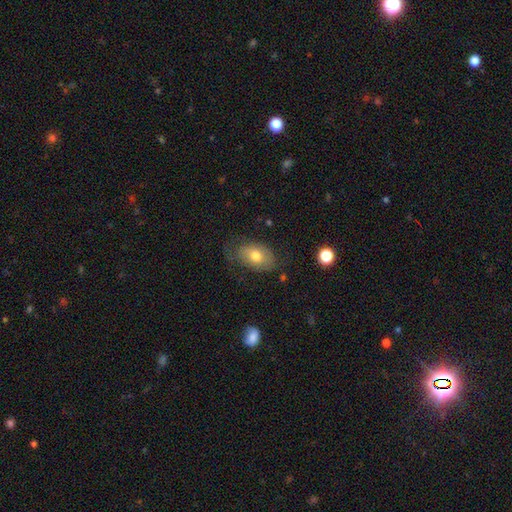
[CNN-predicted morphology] smooth 69%, featured or disk 23%, star or artifact 8%. Down the decision tree: how rounded — in between (86%); merging — none (59%).